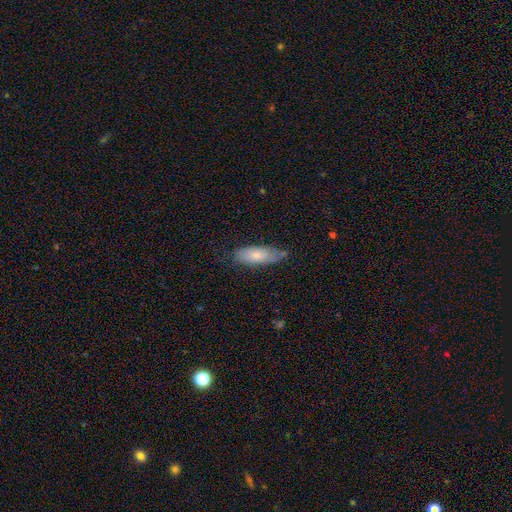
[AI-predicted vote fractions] Smooth or featured? Predicted: smooth (p=0.66). How rounded? Predicted: in between (p=0.61). Merging? Predicted: none (p=0.67).